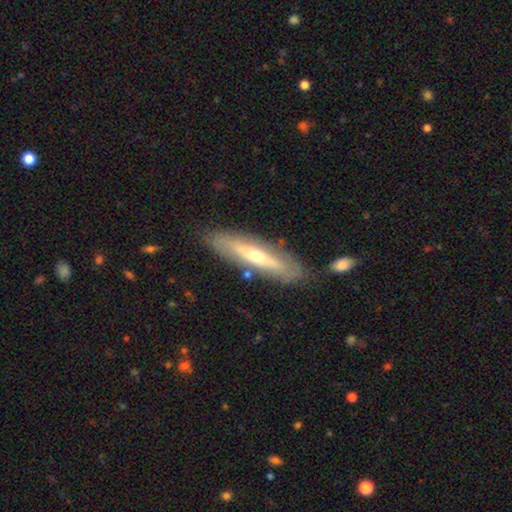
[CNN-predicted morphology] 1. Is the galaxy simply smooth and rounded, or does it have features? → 54% featured or disk, 40% smooth, 6% star or artifact.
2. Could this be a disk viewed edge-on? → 59% yes, 41% no.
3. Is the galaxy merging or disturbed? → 78% none, 14% minor disturbance, 4% merger, 4% major disturbance.